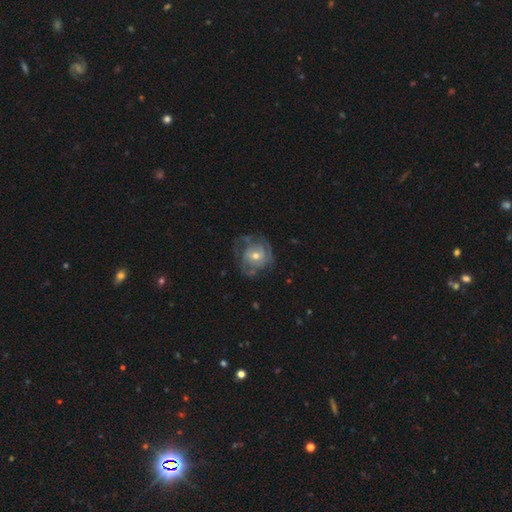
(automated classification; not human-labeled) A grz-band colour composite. It shows a featured or disk galaxy (74%) with no bar (72%), tight (56%) spiral arms (79%) and a moderate central bulge (59%). Merging: none (54%).